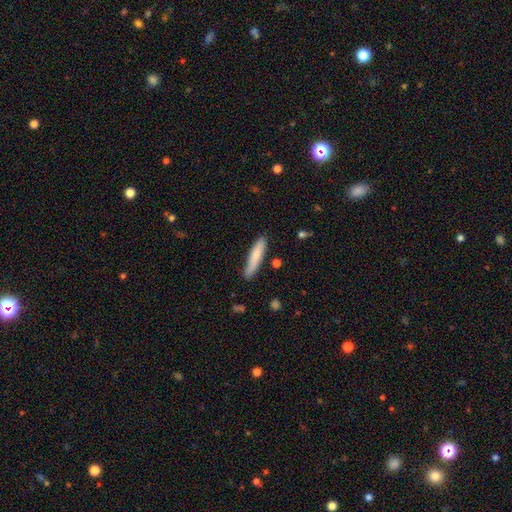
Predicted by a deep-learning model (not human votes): Morphology: type=smooth (79%); roundness=cigar-shaped (87%); merging=none (84%).